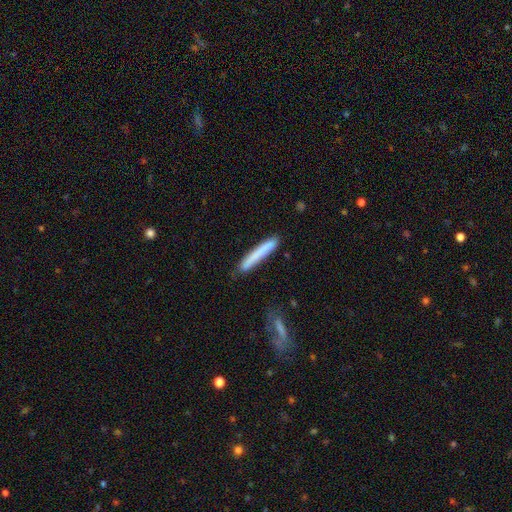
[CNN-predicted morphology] Smooth or featured? Predicted: smooth (p=0.75). How rounded? Predicted: cigar-shaped (p=0.96). Merging? Predicted: none (p=0.84).